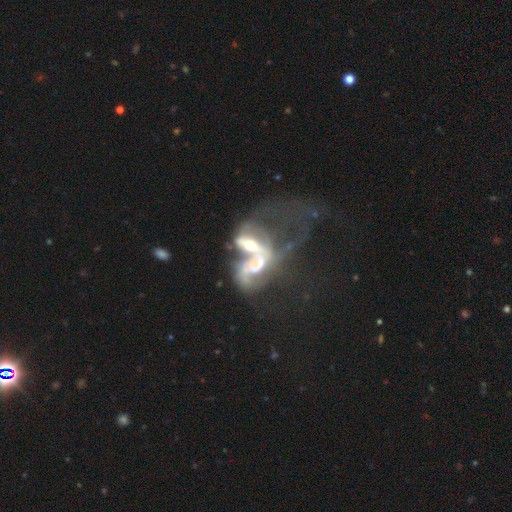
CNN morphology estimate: smooth-or-featured: featured or disk: 75% | smooth: 14% | star or artifact: 10%
  disk-edge-on: no: 95% | yes: 5%
    bar: no: 54% | weak: 30% | strong: 16%
    has-spiral-arms: yes: 64% | no: 36%
    bulge-size: moderate: 52% | small: 27% | large: 10% | none: 9% | dominant: 2%
  merging: merger: 71% | major disturbance: 19% | none: 6% | minor disturbance: 4%